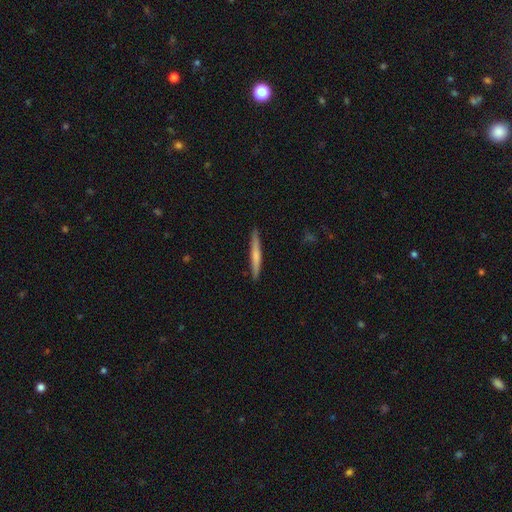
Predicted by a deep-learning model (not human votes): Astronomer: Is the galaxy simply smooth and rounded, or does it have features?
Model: smooth — 58% (runner-up: featured or disk, 37%).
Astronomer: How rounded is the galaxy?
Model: cigar-shaped — 96%.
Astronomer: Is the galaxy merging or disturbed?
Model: none — 91%.